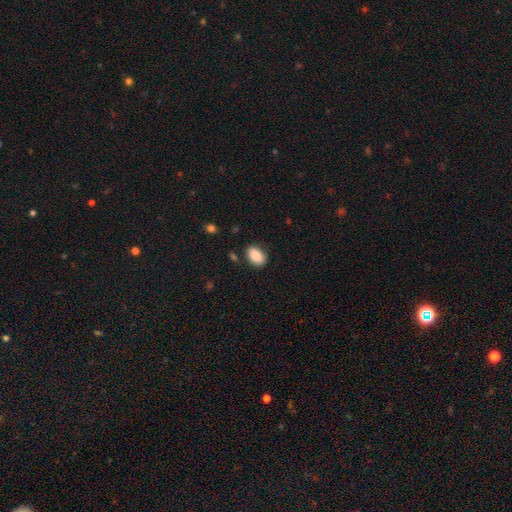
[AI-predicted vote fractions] This is clearly a smooth galaxy (86%). How rounded: clearly in between (88%). Merging: clearly none (82%).